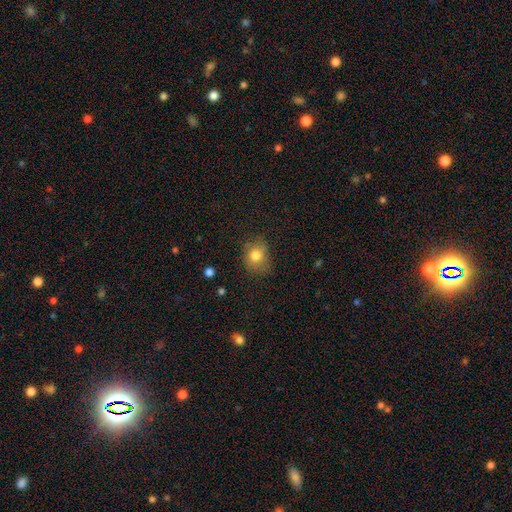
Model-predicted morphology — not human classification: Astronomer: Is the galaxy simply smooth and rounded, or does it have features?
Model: smooth — 79%.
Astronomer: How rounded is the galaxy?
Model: round — 63%.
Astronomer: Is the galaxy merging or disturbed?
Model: none — 69%.